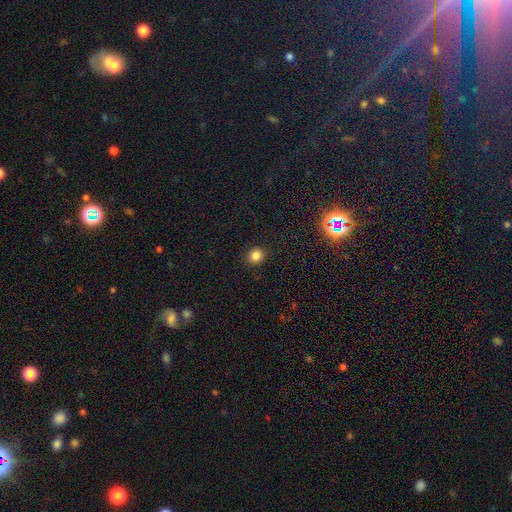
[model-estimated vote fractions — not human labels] This is clearly a smooth galaxy (83%). How rounded: clearly round (87%). Merging: clearly none (91%).